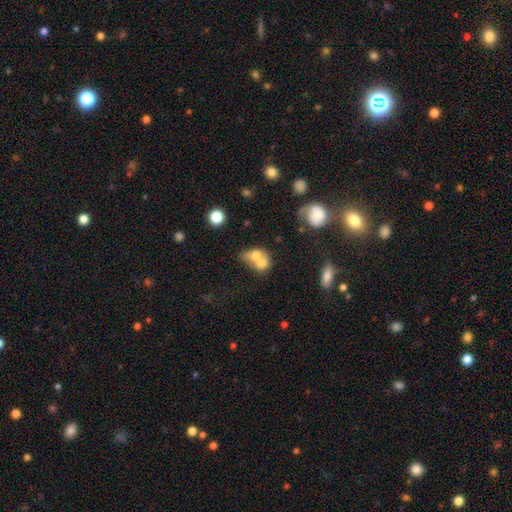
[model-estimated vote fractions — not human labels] smooth_or_featured: smooth (p=0.67) [alt: featured or disk p=0.24]
how_rounded: round (p=0.52) [alt: in between p=0.46]
merging: merger (p=0.73) [alt: none p=0.16]